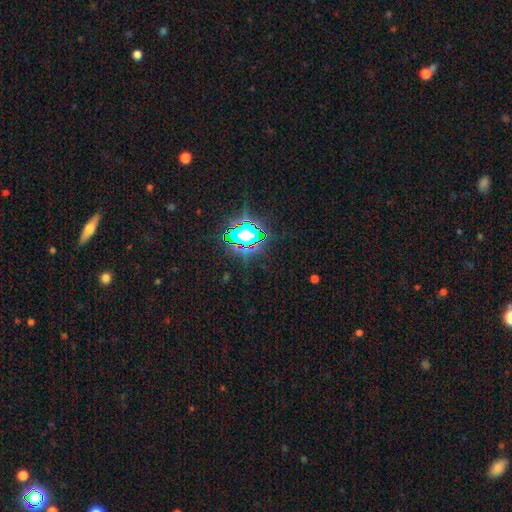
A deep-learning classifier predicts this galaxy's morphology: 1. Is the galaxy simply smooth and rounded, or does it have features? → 81% star or artifact, 11% smooth, 8% featured or disk.